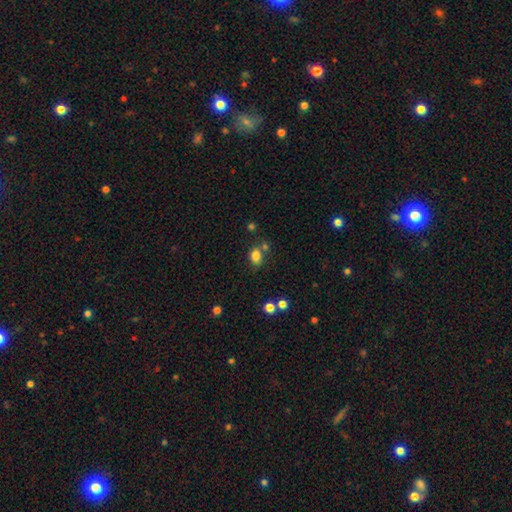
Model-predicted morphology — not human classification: Smooth or featured: smooth — 82% (star or artifact — 12%)
How rounded: in between — 62% (round — 37%)
Merging: none — 65% (minor disturbance — 15%)